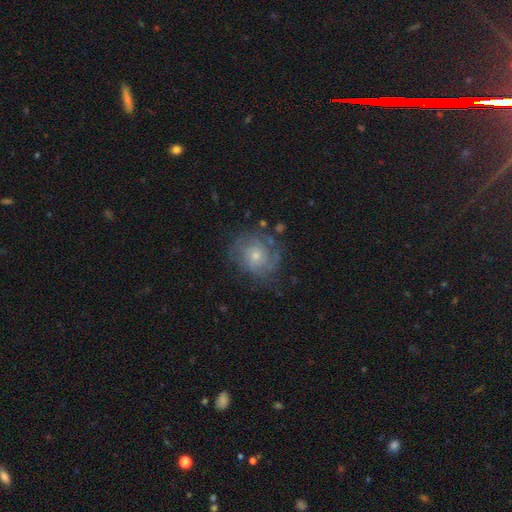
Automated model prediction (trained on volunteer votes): Q: Smooth or featured?
A: featured or disk (64%); runner-up: smooth (27%)
Q: Edge-on disk?
A: no (97%); runner-up: yes (3%)
Q: Bar?
A: no (80%); runner-up: weak (17%)
Q: Spiral arms?
A: yes (79%); runner-up: no (21%)
Q: Bulge size?
A: small (54%); runner-up: moderate (40%)
Q: Merging?
A: none (65%); runner-up: minor disturbance (20%)